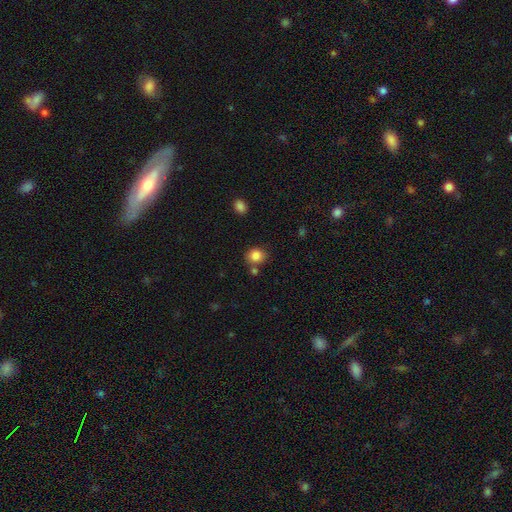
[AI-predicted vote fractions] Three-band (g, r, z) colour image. It shows a smooth galaxy with no disk features (85%) that is round (79%). Merging: none (73%).